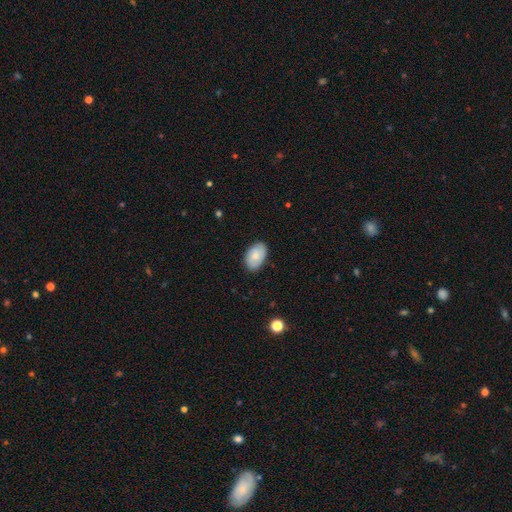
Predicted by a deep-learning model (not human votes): This is likely a smooth galaxy (69%). How rounded: clearly in between (91%). Merging: clearly none (80%).